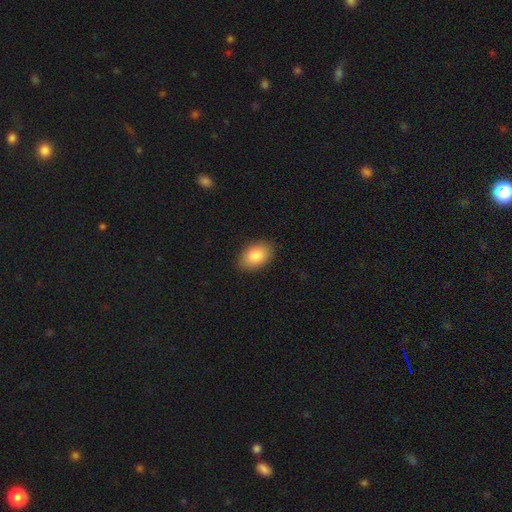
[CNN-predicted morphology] Smooth or featured? Predicted: smooth (p=0.83). How rounded? Predicted: in between (p=0.88). Merging? Predicted: none (p=0.88).